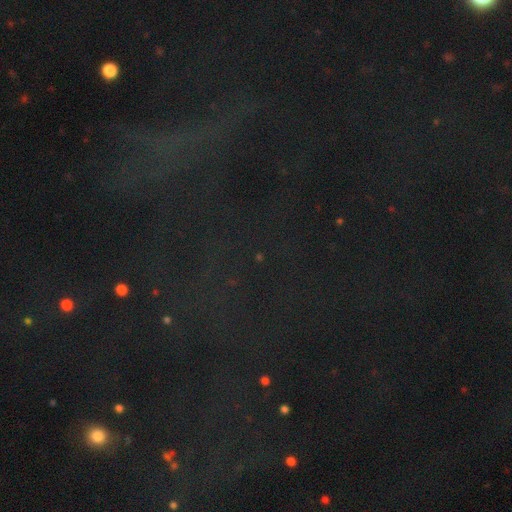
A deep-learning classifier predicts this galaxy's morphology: The model was most divided on "smooth or featured": star or artifact: 79%, smooth: 12%, featured or disk: 9%.